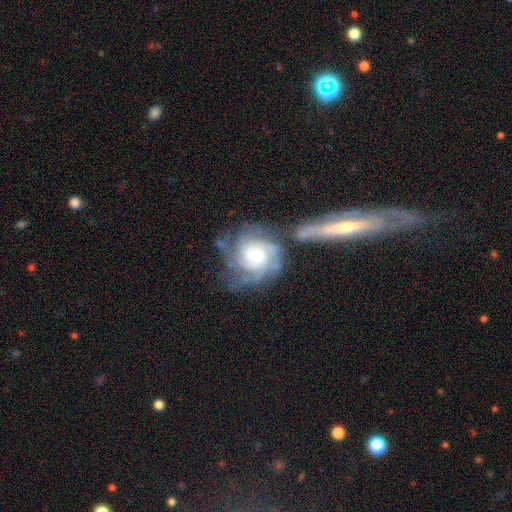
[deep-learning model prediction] A featured or disk galaxy (82%) with no bar (63%), tight (60%) spiral arms (94%) and a moderate central bulge (63%). Merging: none (43%).